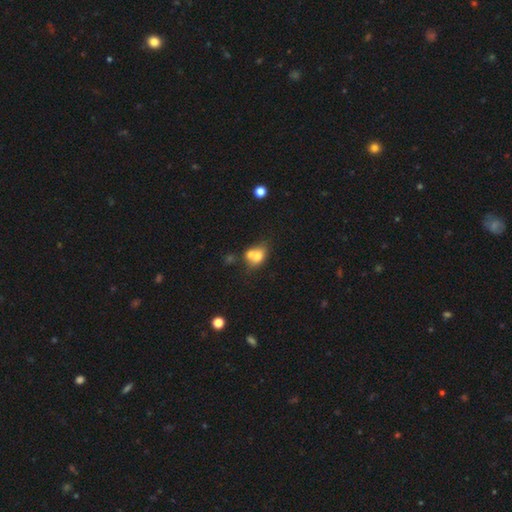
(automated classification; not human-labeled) Overall: smooth (68%). How rounded: in between (57%; round 42%). Merging: merger (56%; none 29%).